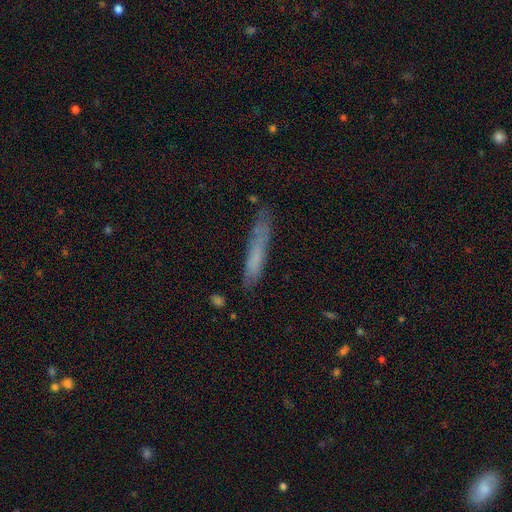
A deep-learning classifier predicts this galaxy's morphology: A smooth galaxy with no disk features (63%) that is cigar-shaped (93%).

Vote fractions:
- Smooth or featured? smooth: 63% / featured or disk: 28% / star or artifact: 9%
- How rounded? cigar-shaped: 93% / in between: 6% / round: 1%
- Merging? none: 70% / minor disturbance: 21% / major disturbance: 6% / merger: 3%